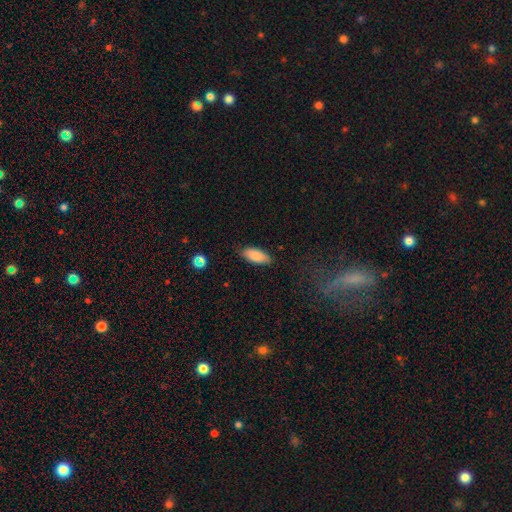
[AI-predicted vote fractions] A smooth galaxy with no disk features (86%) that is in between round and cigar-shaped (84%).

Vote fractions:
- Smooth or featured? smooth: 86% / featured or disk: 7% / star or artifact: 7%
- How rounded? in between: 84% / cigar-shaped: 14% / round: 2%
- Merging? none: 83% / minor disturbance: 13% / major disturbance: 3% / merger: 1%